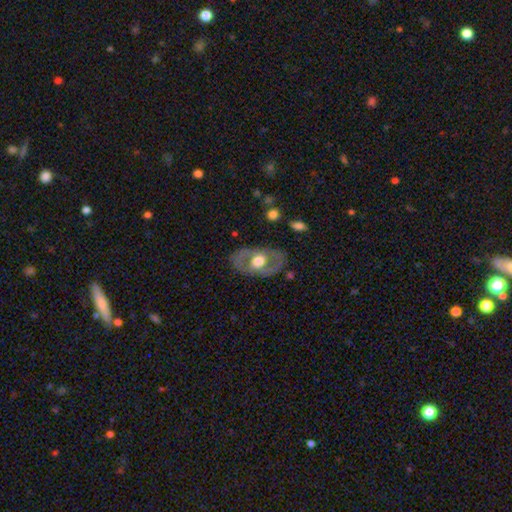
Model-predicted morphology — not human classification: A featured or disk galaxy (64%) with no bar (80%), no spiral arms (60%) and a moderate central bulge (65%).

Vote fractions:
- Smooth or featured? featured or disk: 64% / smooth: 26% / star or artifact: 10%
- Edge-on disk? no: 89% / yes: 11%
- Bar? no: 80% / weak: 14% / strong: 6%
- Spiral arms? no: 60% / yes: 40%
- Bulge size? moderate: 65% / large: 23% / small: 8% / dominant: 2% / none: 1%
- Merging? none: 81% / minor disturbance: 12% / major disturbance: 5% / merger: 2%